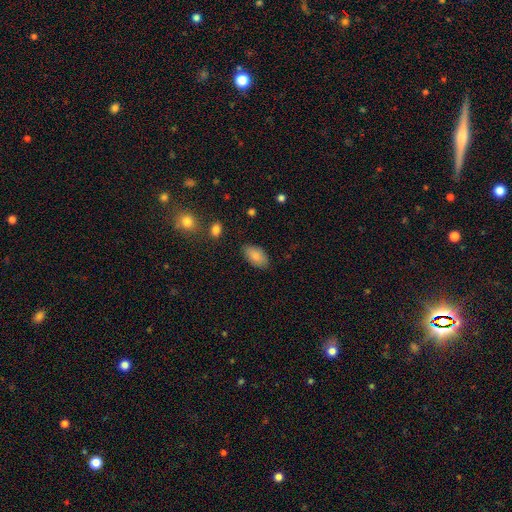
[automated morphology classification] A smooth galaxy with no disk features (85%) that is in between round and cigar-shaped (93%). Merging: none (84%).